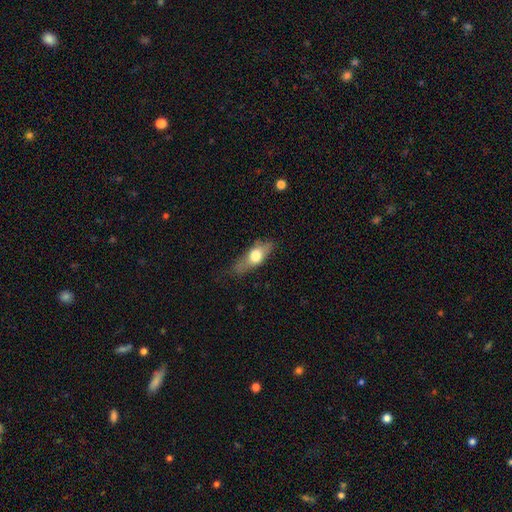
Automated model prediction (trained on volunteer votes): smooth_or_featured: smooth (p=0.60) [alt: featured or disk p=0.33]
how_rounded: in between (p=0.64) [alt: cigar-shaped p=0.31]
merging: none (p=0.64) [alt: minor disturbance p=0.26]